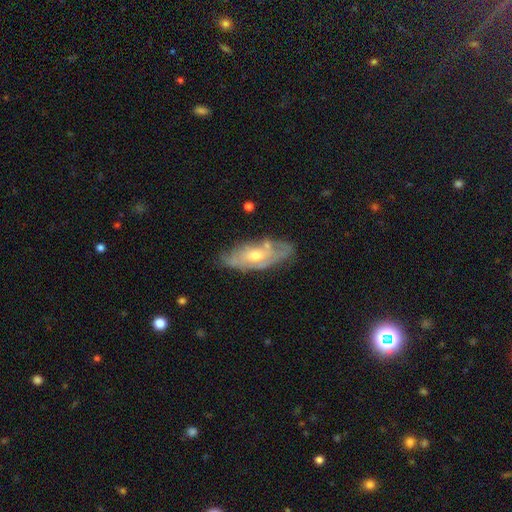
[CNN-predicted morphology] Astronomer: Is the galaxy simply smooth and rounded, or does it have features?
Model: featured or disk — 68%.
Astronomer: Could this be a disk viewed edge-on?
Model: no — 81%.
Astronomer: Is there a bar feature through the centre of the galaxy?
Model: no — 75%.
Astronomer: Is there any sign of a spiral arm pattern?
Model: yes — 64%.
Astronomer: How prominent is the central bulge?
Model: moderate — 59% (runner-up: small, 37%).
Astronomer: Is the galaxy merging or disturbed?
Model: none — 68%.